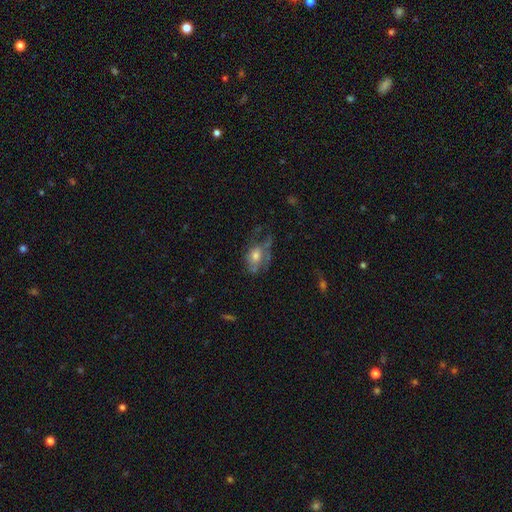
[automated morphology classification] This is possibly a smooth galaxy (45%). Merging: marginally major disturbance (37%).